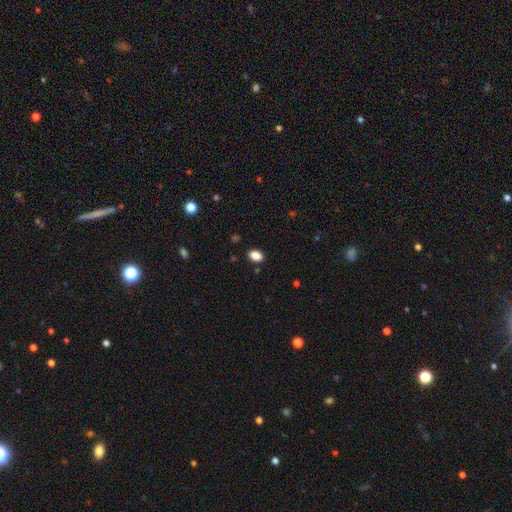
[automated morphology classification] type=smooth (87%); roundness=in between (85%); merging=none (88%).